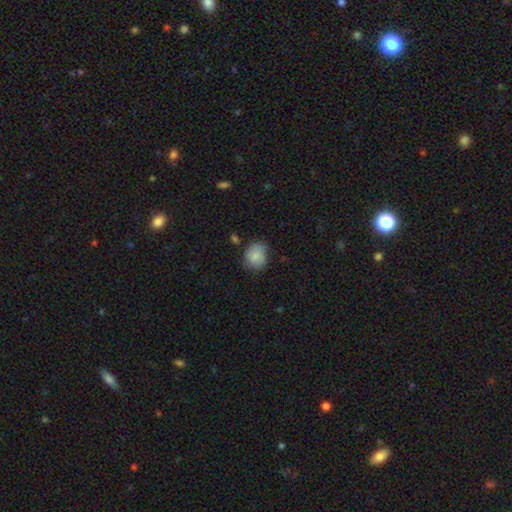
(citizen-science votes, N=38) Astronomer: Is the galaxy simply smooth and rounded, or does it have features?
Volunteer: smooth — 79%.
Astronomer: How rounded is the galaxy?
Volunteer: round — 53% (runner-up: in between, 47%).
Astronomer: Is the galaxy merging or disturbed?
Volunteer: none — 44% (runner-up: minor disturbance, 42%).